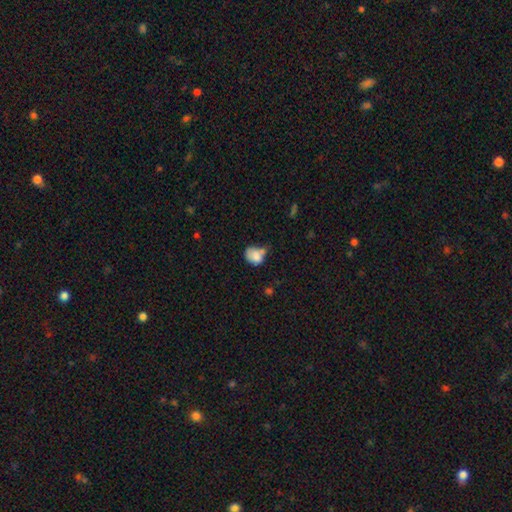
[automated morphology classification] This appears to be a smooth galaxy with no disk features (75%) that is in between round and cigar-shaped (57%). Merging: minor disturbance (30%).